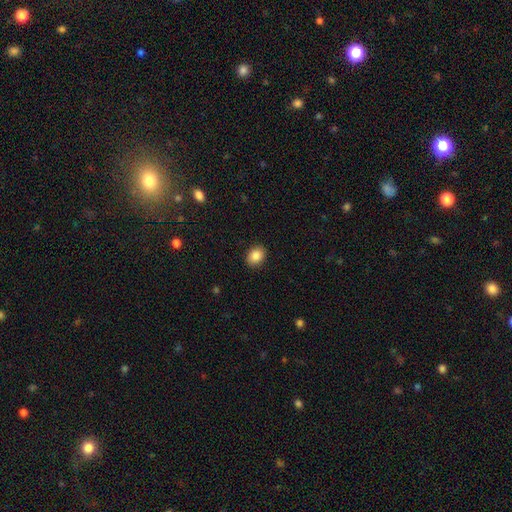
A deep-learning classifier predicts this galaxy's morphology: A smooth galaxy with no disk features (87%) that is in between round and cigar-shaped (59%). Merging: none (89%).